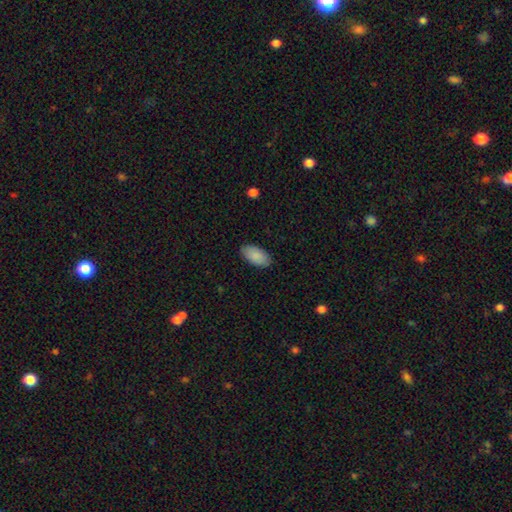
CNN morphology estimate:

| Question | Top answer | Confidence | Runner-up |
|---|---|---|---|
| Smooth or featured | smooth | 89% | star or artifact (6%) |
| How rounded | in between | 95% | cigar-shaped (3%) |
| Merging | none | 87% | minor disturbance (10%) |